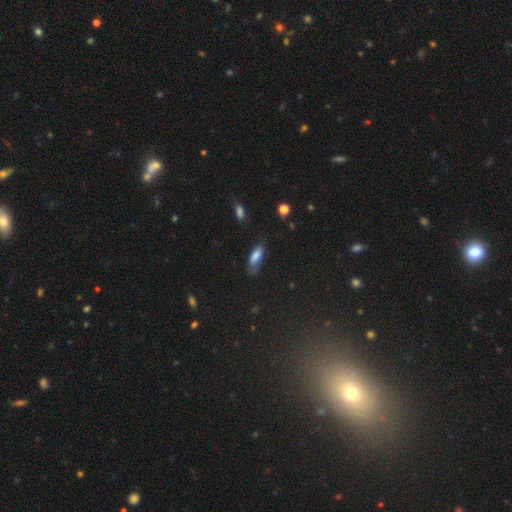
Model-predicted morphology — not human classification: Overall: smooth (74%). How rounded: in between (67%; cigar-shaped 31%). Merging: none (50%; minor disturbance 32%).